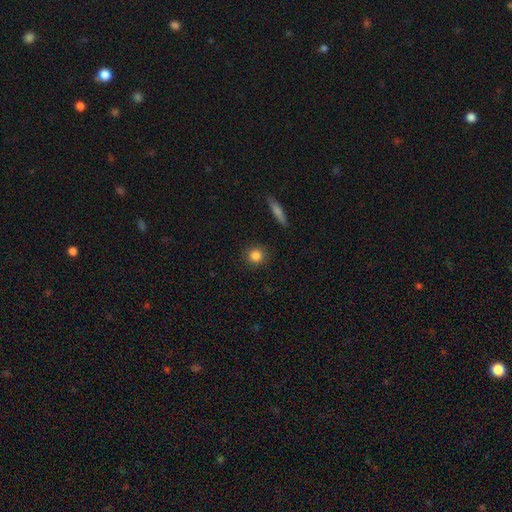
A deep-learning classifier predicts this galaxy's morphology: smooth_or_featured: smooth (p=0.84) [alt: star or artifact p=0.10]
how_rounded: round (p=0.90) [alt: in between p=0.09]
merging: none (p=0.90) [alt: minor disturbance p=0.06]